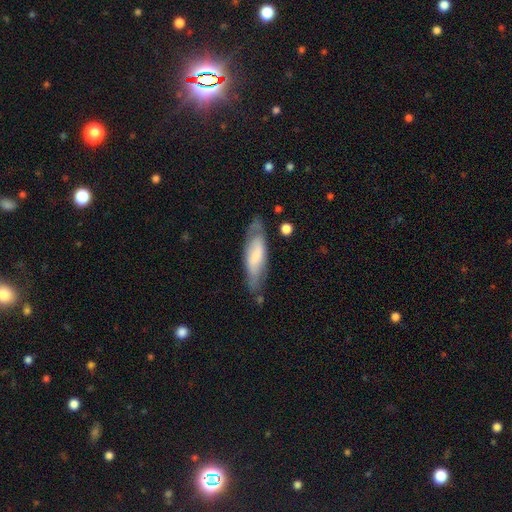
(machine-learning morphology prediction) This appears to be a smooth galaxy with no disk features (53%) that is in between round and cigar-shaped (50%). Merging: none (70%).